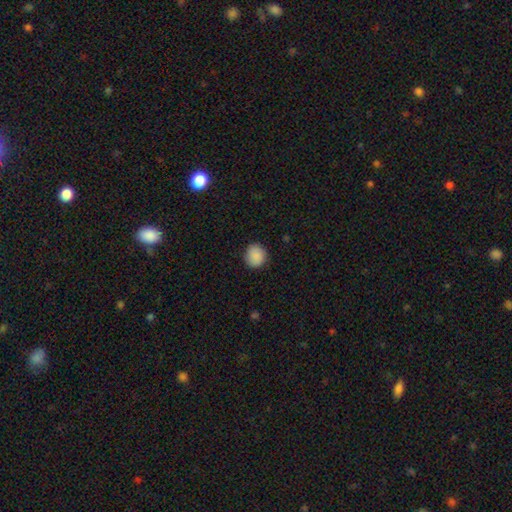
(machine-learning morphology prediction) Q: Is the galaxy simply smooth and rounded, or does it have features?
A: smooth — 89%.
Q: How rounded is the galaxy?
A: round — 86%.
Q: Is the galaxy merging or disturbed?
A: none — 88%.